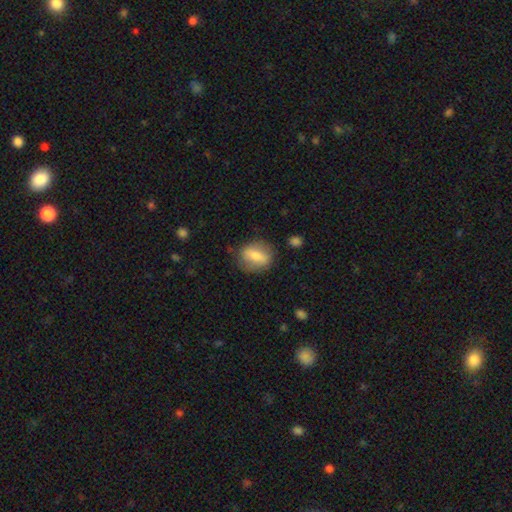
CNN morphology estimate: Overall: smooth (64%; featured or disk 29%). How rounded: in between (52%; round 44%). Merging: none (80%).